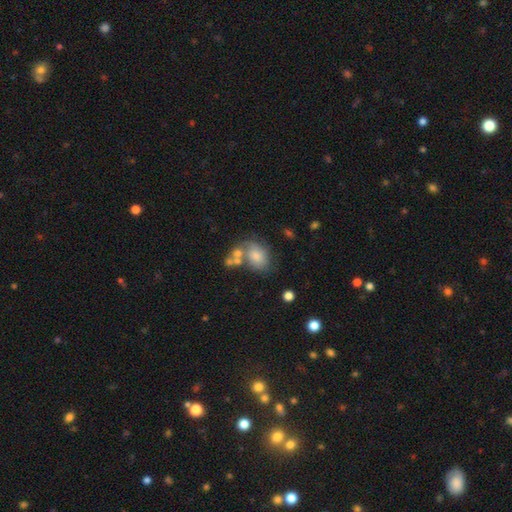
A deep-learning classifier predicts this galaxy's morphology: Smooth or featured?
  - smooth: 64% *
  - featured or disk: 22%
  - star or artifact: 14%
How rounded?
  - in between: 64% *
  - round: 35%
  - cigar-shaped: 2%
Merging?
  - none: 45% *
  - merger: 29%
  - minor disturbance: 16%
  - major disturbance: 10%